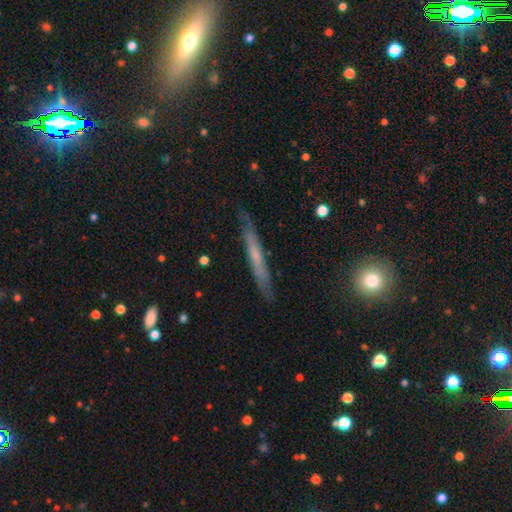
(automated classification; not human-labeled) This appears to be a featured or disk galaxy (49%). Merging: none (82%).